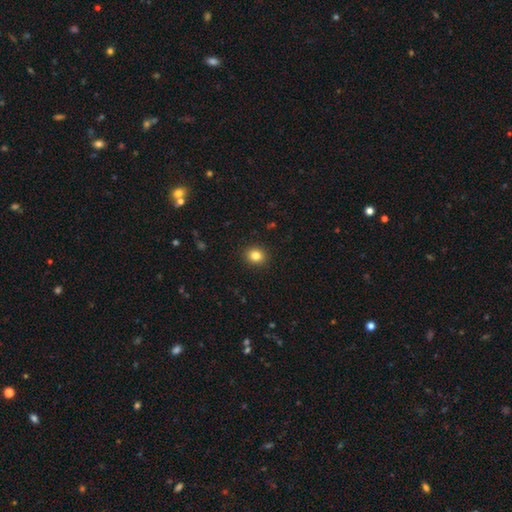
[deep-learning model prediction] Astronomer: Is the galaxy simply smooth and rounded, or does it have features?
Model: smooth — 83%.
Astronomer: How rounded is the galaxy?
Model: round — 77%.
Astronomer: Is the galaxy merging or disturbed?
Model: none — 92%.